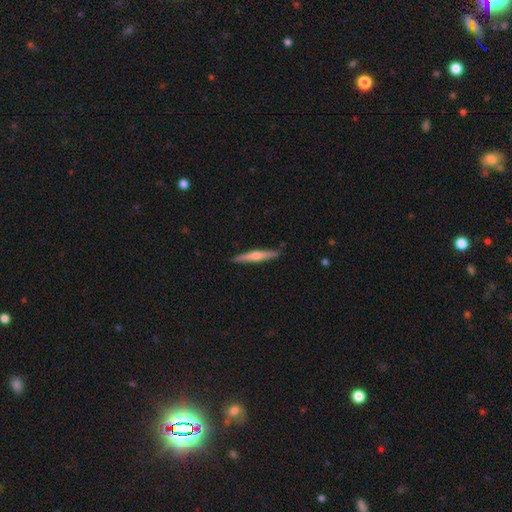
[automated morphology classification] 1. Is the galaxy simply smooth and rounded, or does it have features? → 56% featured or disk, 38% smooth, 6% star or artifact.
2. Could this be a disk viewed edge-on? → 97% yes, 3% no.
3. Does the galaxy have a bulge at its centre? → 78% rounded, 15% none, 7% boxy.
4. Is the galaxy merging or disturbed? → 91% none, 7% minor disturbance, 1% major disturbance, 1% merger.